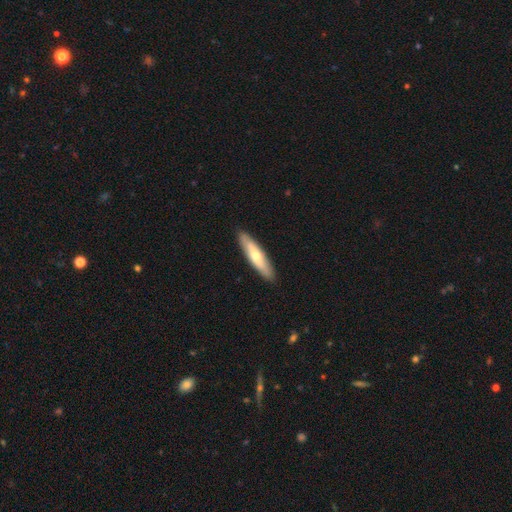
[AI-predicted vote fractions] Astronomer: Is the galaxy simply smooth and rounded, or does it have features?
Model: smooth — 59% (runner-up: featured or disk, 36%).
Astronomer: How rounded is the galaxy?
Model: cigar-shaped — 80%.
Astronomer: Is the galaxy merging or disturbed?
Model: none — 90%.